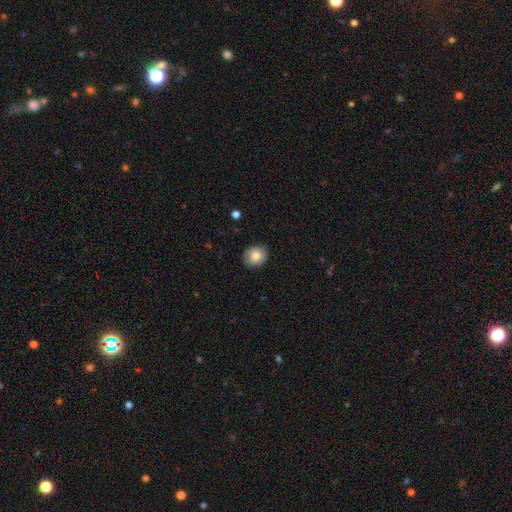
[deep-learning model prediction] Smooth or featured? Predicted: smooth (p=0.85). How rounded? Predicted: round (p=0.68). Merging? Predicted: none (p=0.87).